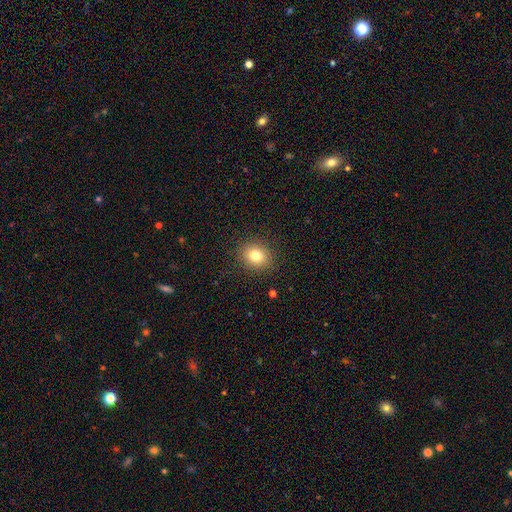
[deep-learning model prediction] A smooth galaxy with no disk features (79%) that is round (70%).

Vote fractions:
- Smooth or featured? smooth: 79% / star or artifact: 12% / featured or disk: 9%
- How rounded? round: 70% / in between: 30% / cigar-shaped: 1%
- Merging? none: 89% / minor disturbance: 7% / major disturbance: 2% / merger: 1%